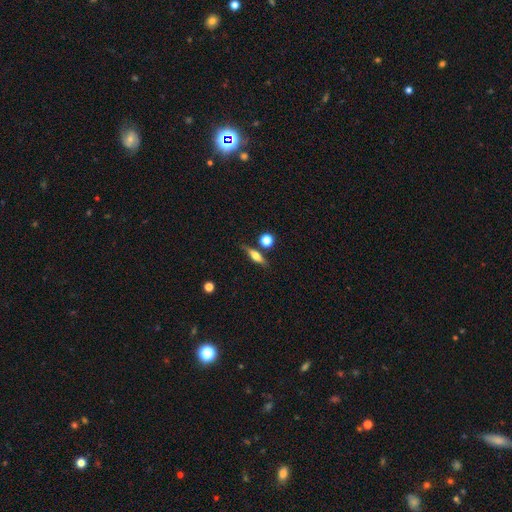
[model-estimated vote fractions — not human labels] smooth_or_featured: featured or disk (p=0.51) [alt: smooth p=0.40]
disk_edge_on: yes (p=0.92) [alt: no p=0.08]
merging: none (p=0.76) [alt: minor disturbance p=0.12]